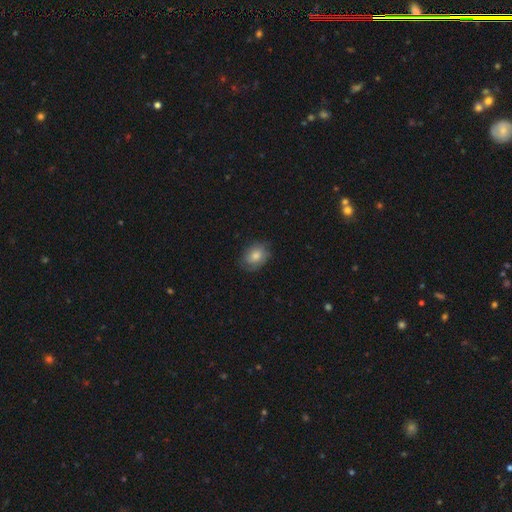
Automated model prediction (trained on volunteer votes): smooth_or_featured: smooth (p=0.71) [alt: featured or disk p=0.22]
how_rounded: in between (p=0.68) [alt: round p=0.31]
merging: none (p=0.74) [alt: minor disturbance p=0.20]